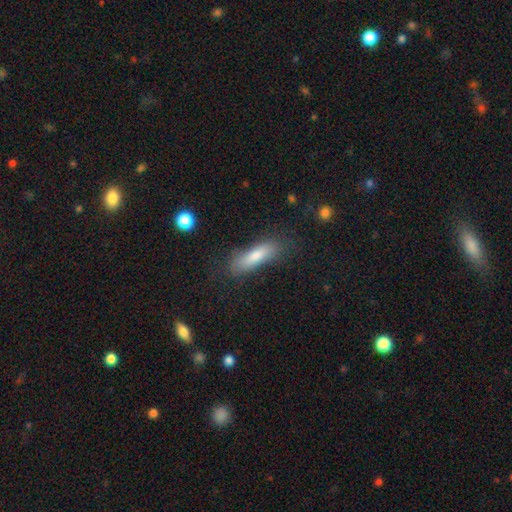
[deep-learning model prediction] smooth_or_featured: smooth (p=0.74) [alt: featured or disk p=0.18]
how_rounded: cigar-shaped (p=0.60) [alt: in between p=0.38]
merging: none (p=0.74) [alt: minor disturbance p=0.17]